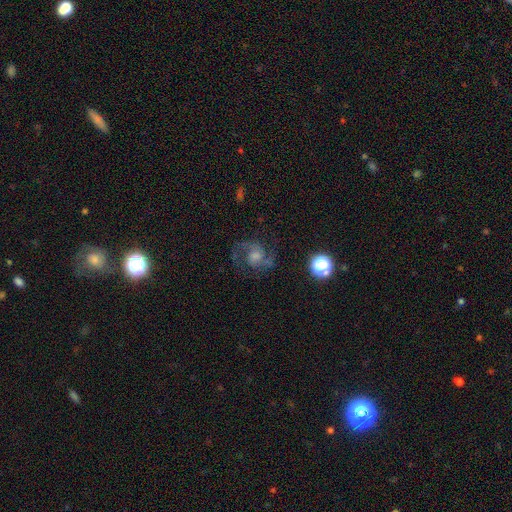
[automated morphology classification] Smooth or featured? featured or disk (76%)
Edge-on disk? no (98%)
Bar? no (60%)
Spiral arms? yes (95%)
Spiral winding? medium (58%)
Spiral arm count? 2 (85%)
Bulge size? moderate (40%)
Merging? none (71%)